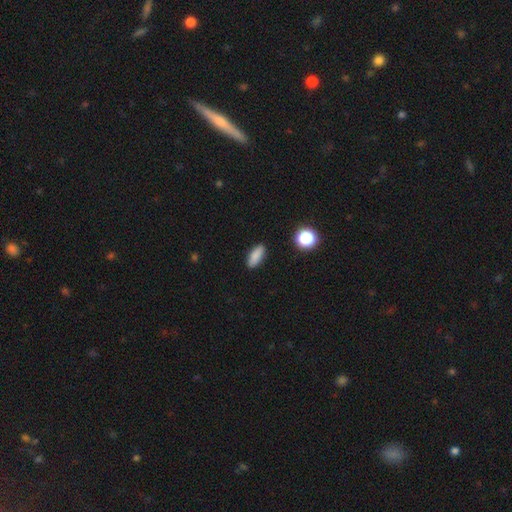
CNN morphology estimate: The model was most divided on "how rounded": in between: 74%, cigar-shaped: 23%, round: 4%. More confident: merging — none (88%); smooth or featured — smooth (85%).